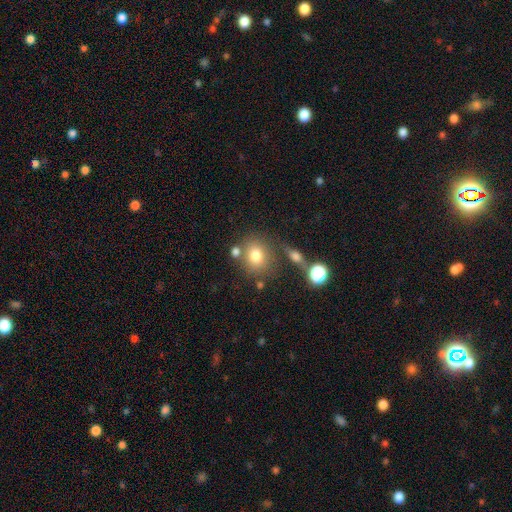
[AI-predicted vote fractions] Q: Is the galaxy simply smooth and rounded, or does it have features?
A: smooth — 77%.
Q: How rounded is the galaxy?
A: round — 70%.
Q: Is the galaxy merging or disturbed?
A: none — 69%.